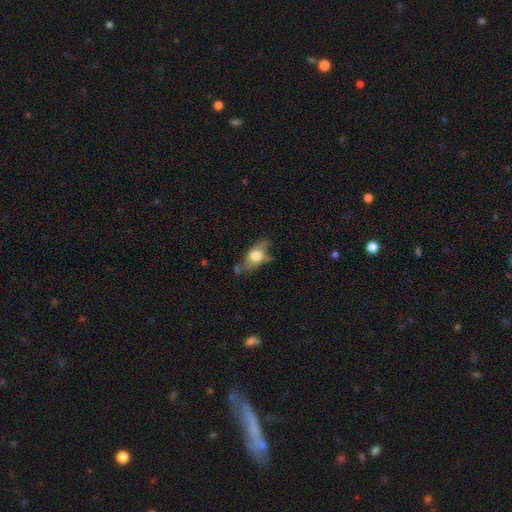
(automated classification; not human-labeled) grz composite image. It shows a smooth galaxy with no disk features (61%) that is in between round and cigar-shaped (80%). Merging: none (49%).